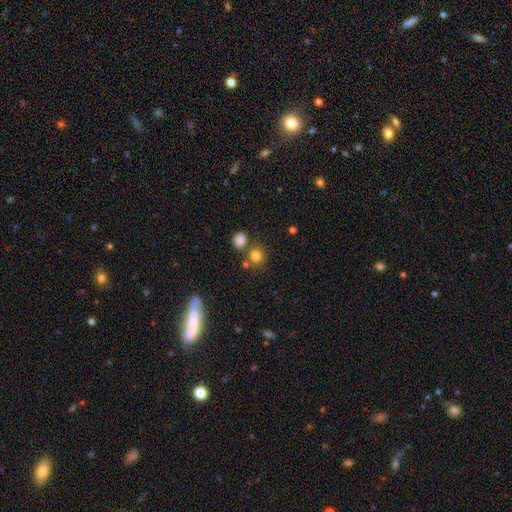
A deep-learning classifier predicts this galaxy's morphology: Q: Smooth or featured?
A: smooth (80%); runner-up: star or artifact (14%)
Q: How rounded?
A: round (84%); runner-up: in between (15%)
Q: Merging?
A: none (72%); runner-up: merger (16%)